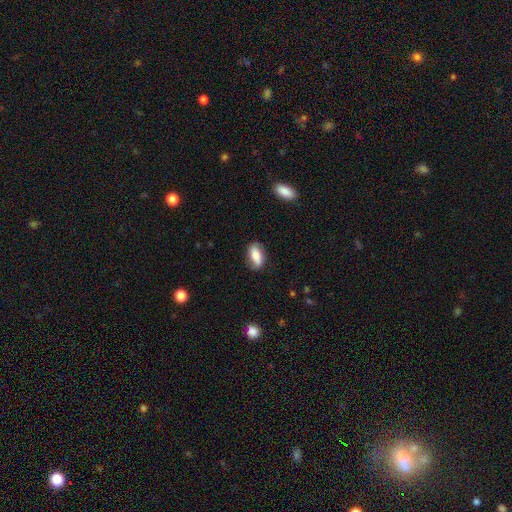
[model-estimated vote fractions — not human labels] Q: Smooth or featured?
A: smooth (77%); runner-up: featured or disk (16%)
Q: How rounded?
A: in between (86%); runner-up: cigar-shaped (10%)
Q: Merging?
A: none (79%); runner-up: minor disturbance (16%)